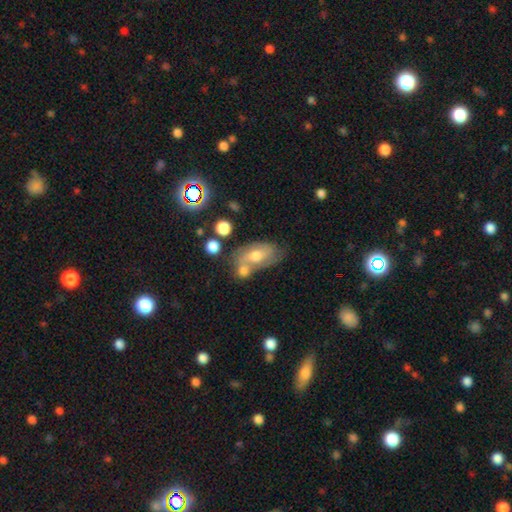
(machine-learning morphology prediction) Q: Smooth or featured?
A: smooth (45%); runner-up: featured or disk (43%)
Q: Merging?
A: none (38%); runner-up: merger (34%)